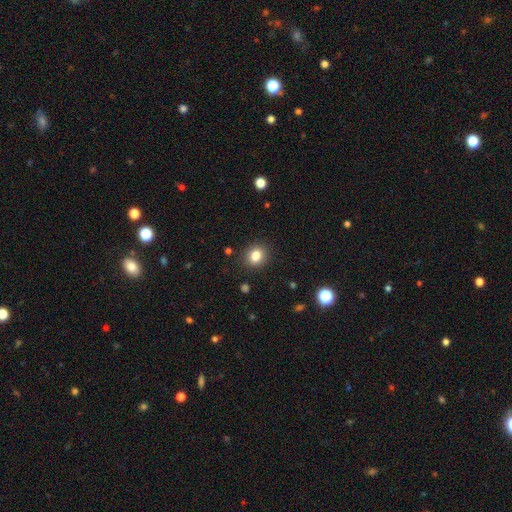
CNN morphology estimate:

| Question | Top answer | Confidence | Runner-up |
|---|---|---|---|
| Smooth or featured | smooth | 83% | star or artifact (11%) |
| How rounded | round | 70% | in between (30%) |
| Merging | none | 89% | minor disturbance (7%) |